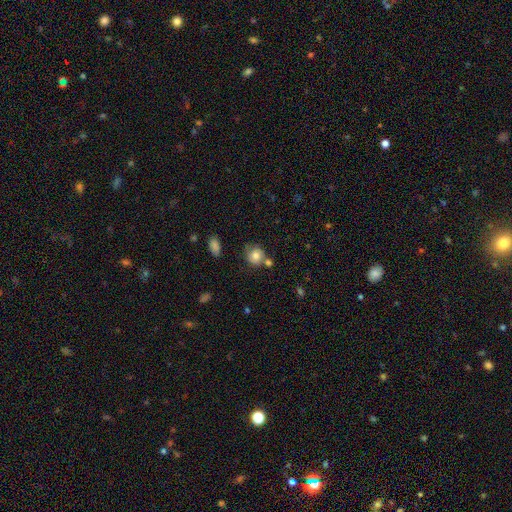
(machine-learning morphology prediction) A smooth galaxy with no disk features (76%) that is round (82%). Merging: none (58%).